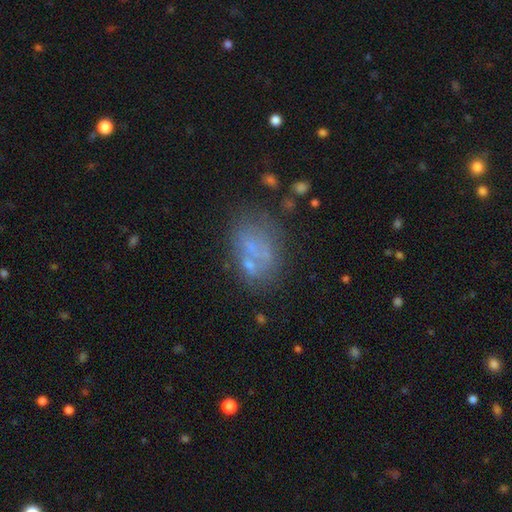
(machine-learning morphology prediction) Smooth or featured? smooth (43%)
Merging? none (50%)